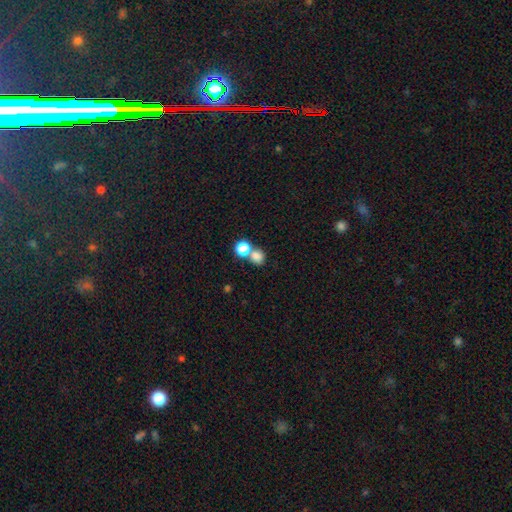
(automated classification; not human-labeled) The model was most divided on "merging": none: 45%, merger: 43%, minor disturbance: 8%, major disturbance: 4%. More confident: smooth or featured — smooth (78%); how rounded — round (76%).